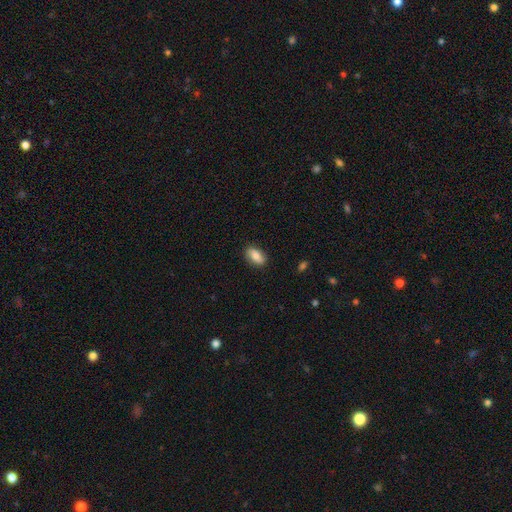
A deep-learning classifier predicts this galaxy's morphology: The model was most divided on "smooth or featured": smooth: 74%, featured or disk: 18%, star or artifact: 7%. More confident: how rounded — in between (88%); merging — none (85%).